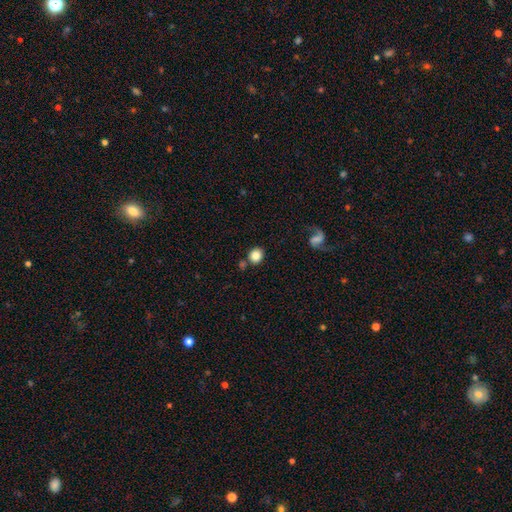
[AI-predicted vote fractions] Morphology: type=smooth (85%); roundness=round (78%); merging=none (76%).